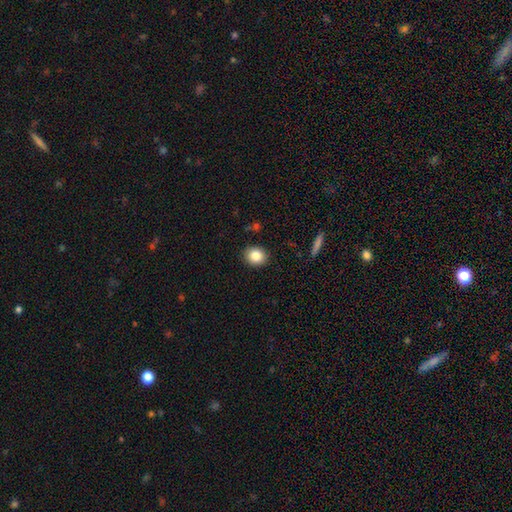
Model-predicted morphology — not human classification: A smooth galaxy with no disk features (84%) that is round (71%). Merging: none (89%).